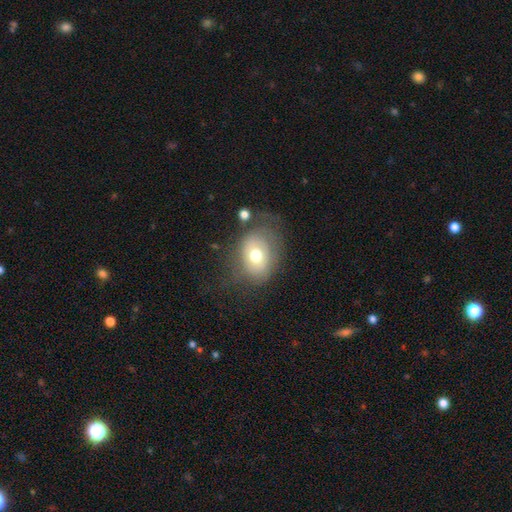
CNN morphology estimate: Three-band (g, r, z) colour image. It shows a smooth galaxy with no disk features (58%) that is in between round and cigar-shaped (62%). Merging: none (57%).